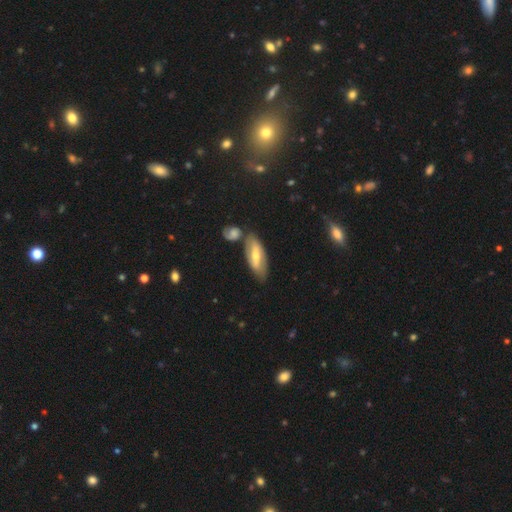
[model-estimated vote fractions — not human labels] Smooth or featured?
  - featured or disk: 55% *
  - smooth: 39%
  - star or artifact: 6%
Edge-on disk?
  - no: 77% *
  - yes: 23%
Merging?
  - none: 65% *
  - minor disturbance: 16%
  - merger: 14%
  - major disturbance: 5%